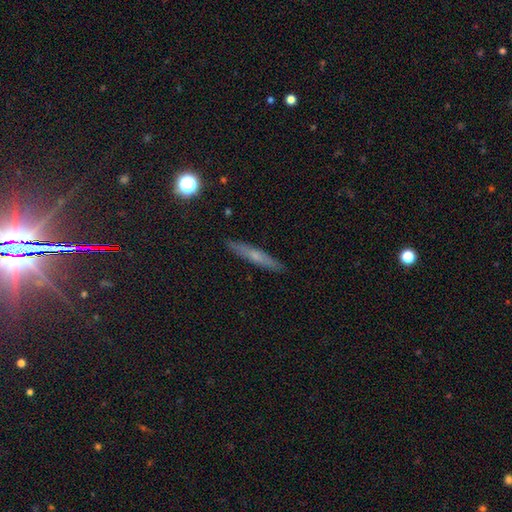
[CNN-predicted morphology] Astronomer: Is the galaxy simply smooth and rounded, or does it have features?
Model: smooth — 47% (runner-up: featured or disk, 44%).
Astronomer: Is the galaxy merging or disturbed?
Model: none — 90%.